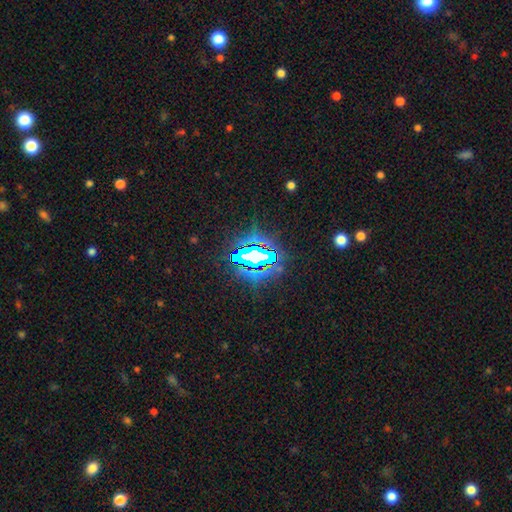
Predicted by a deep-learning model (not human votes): Smooth or featured? Predicted: star or artifact (p=0.73).